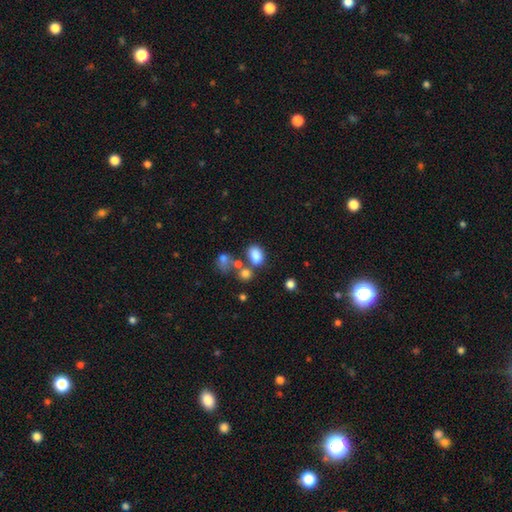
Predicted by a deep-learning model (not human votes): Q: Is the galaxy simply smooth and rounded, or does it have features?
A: smooth — 82%.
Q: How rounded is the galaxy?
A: in between — 78%.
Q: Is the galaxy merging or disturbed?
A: none — 54%.